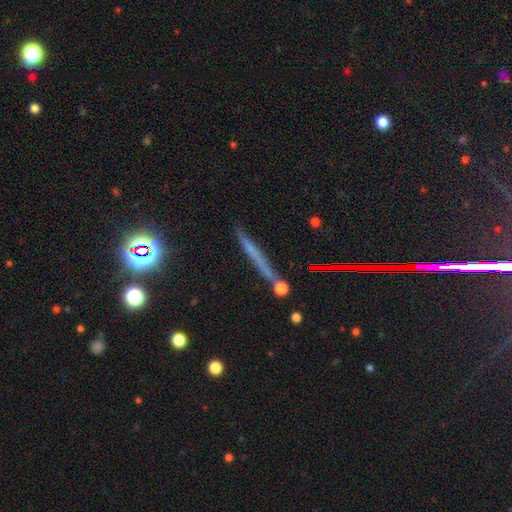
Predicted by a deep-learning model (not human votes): Overall: smooth (42%; featured or disk 36%). Merging: none (80%).